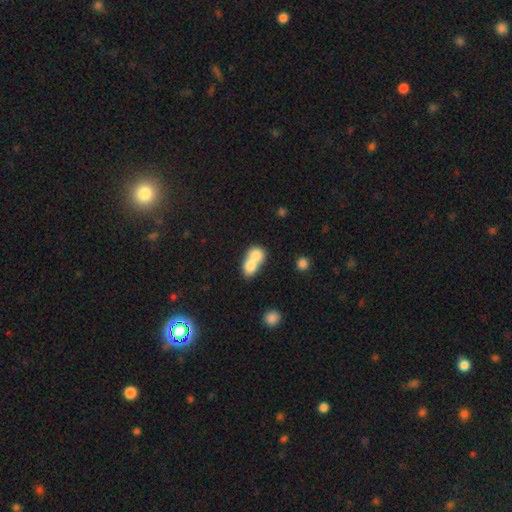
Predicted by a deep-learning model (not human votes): A smooth galaxy with no disk features (76%) that is round (58%). Merging: merger (76%).